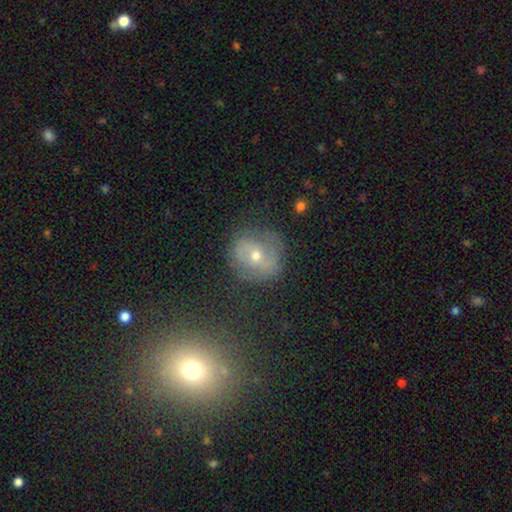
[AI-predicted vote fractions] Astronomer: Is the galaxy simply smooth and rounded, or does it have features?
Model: featured or disk — 60%.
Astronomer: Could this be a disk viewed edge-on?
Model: no — 96%.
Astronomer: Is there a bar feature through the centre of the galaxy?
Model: no — 50% (runner-up: weak, 34%).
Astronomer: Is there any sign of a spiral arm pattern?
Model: yes — 69%.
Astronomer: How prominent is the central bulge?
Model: moderate — 58% (runner-up: small, 38%).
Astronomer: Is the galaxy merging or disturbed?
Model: none — 71%.